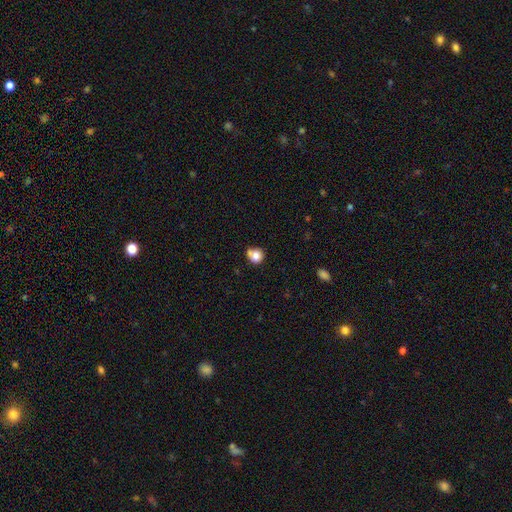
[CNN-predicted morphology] A smooth galaxy with no disk features (81%) that is round (83%).

Vote fractions:
- Smooth or featured? smooth: 81% / star or artifact: 10% / featured or disk: 9%
- How rounded? round: 83% / in between: 16% / cigar-shaped: 1%
- Merging? none: 54% / merger: 20% / minor disturbance: 20% / major disturbance: 7%